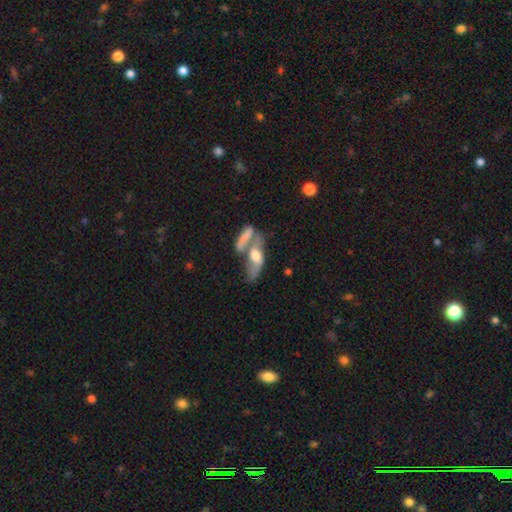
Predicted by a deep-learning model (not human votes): featured or disk 56%, smooth 36%, star or artifact 8%. Down the decision tree: edge-on disk — no (70%); merging — merger (55%).